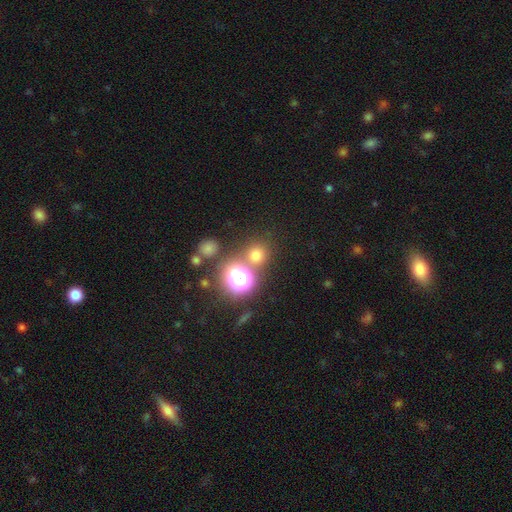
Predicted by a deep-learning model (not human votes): smooth 66%, star or artifact 27%, featured or disk 7%. Down the decision tree: how rounded — round (89%); merging — none (73%).